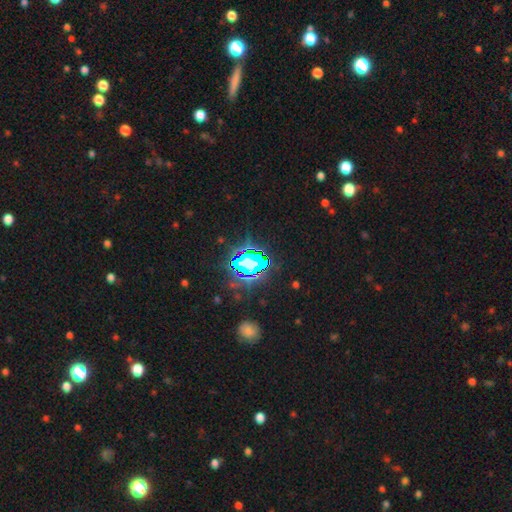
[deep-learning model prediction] A star or artifact, not a galaxy (77%).